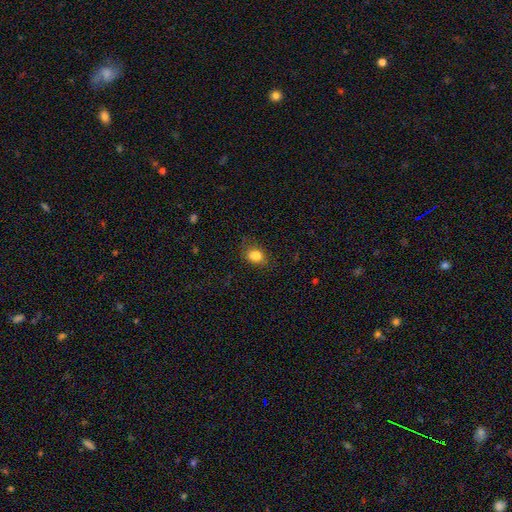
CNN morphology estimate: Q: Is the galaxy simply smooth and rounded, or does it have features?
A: smooth — 83%.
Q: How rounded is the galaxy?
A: in between — 66%.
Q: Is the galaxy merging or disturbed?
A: none — 73%.